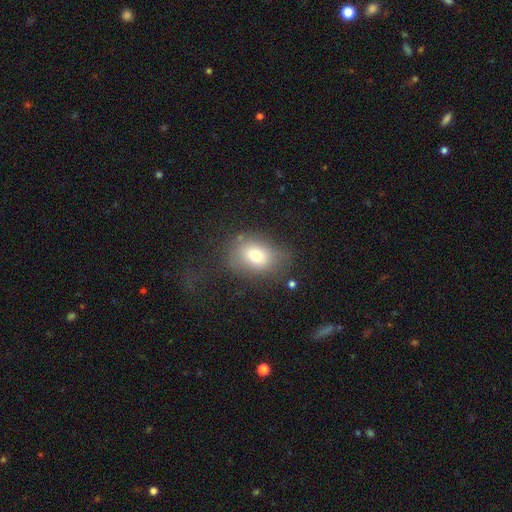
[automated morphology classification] Smooth or featured? smooth (73%)
How rounded? in between (68%)
Merging? none (57%)